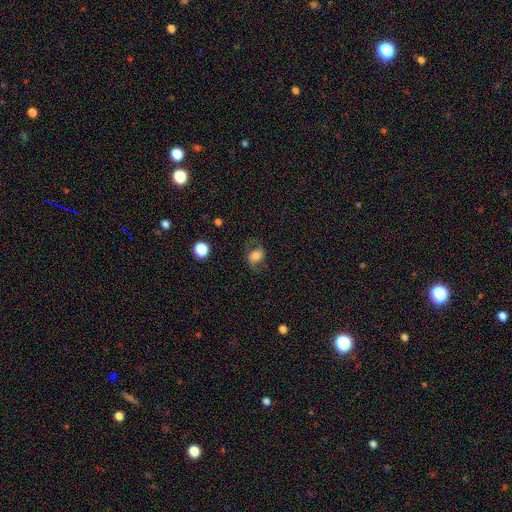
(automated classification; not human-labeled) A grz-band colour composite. It shows a smooth galaxy with no disk features (65%) that is in between round and cigar-shaped (63%). Merging: none (61%).